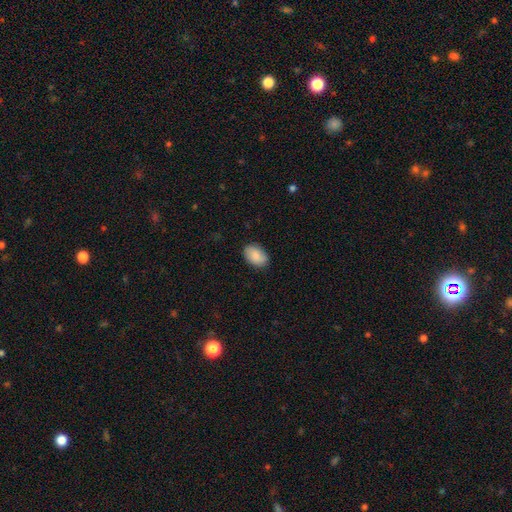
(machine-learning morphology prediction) Smooth or featured: smooth — 84% (featured or disk — 9%)
How rounded: in between — 88% (round — 11%)
Merging: none — 85% (minor disturbance — 11%)